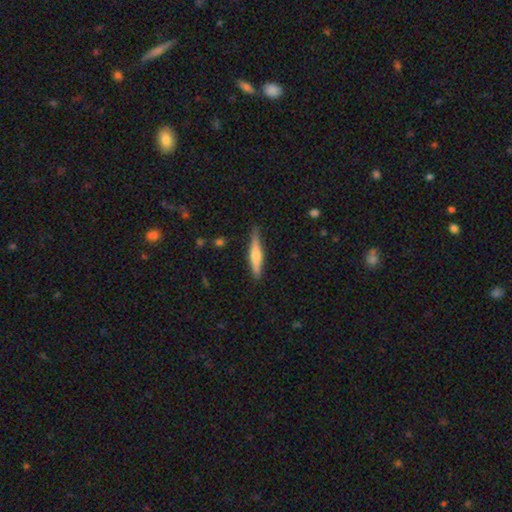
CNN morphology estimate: The model was most divided on "smooth or featured": featured or disk: 49%, smooth: 45%, star or artifact: 6%. More confident: merging — none (84%).